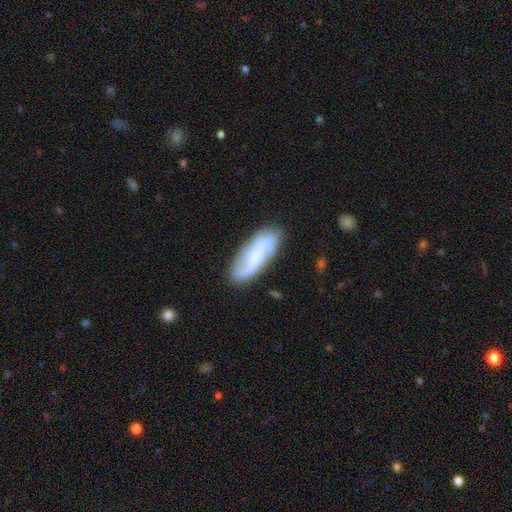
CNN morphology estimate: Smooth or featured? Predicted: featured or disk (p=0.51). Edge-on disk? Predicted: no (p=0.85). Merging? Predicted: none (p=0.73).